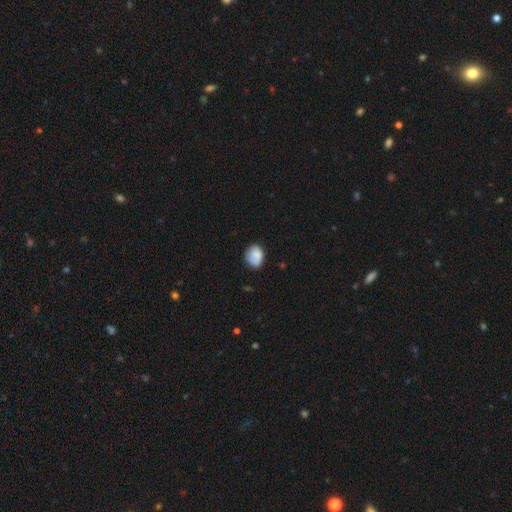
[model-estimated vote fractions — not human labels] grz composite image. It shows a smooth galaxy with no disk features (84%) that is in between round and cigar-shaped (54%). Merging: none (72%).